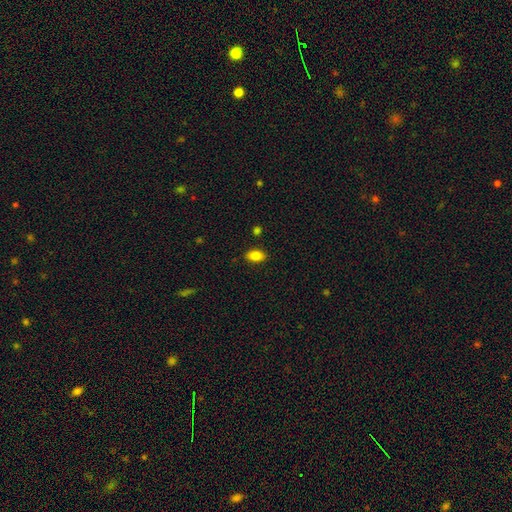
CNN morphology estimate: type=smooth (84%); roundness=in between (88%); merging=none (86%).